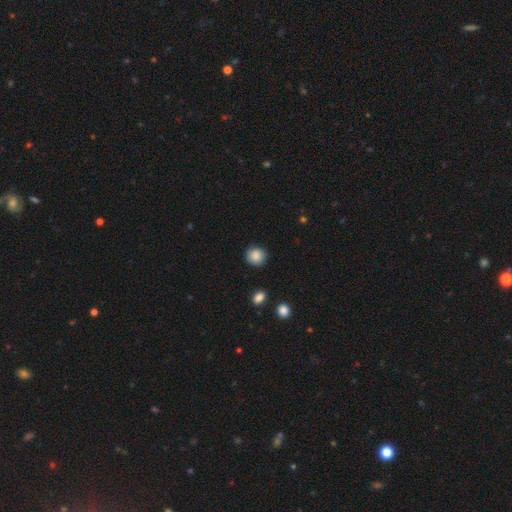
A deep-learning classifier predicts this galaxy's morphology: This appears to be a smooth galaxy with no disk features (87%) that is round (89%). Merging: none (88%).